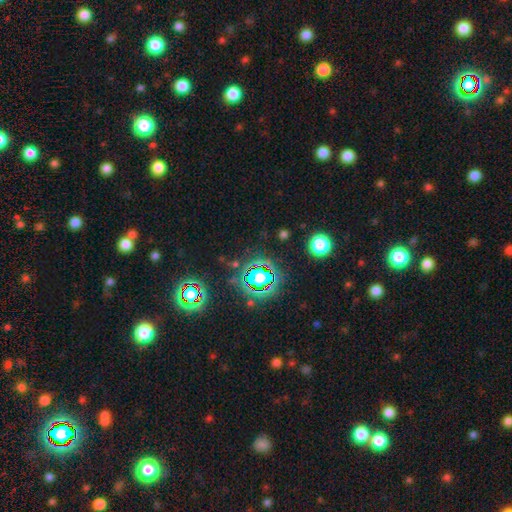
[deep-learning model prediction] This is likely a star or artifact rather than a galaxy (78%).